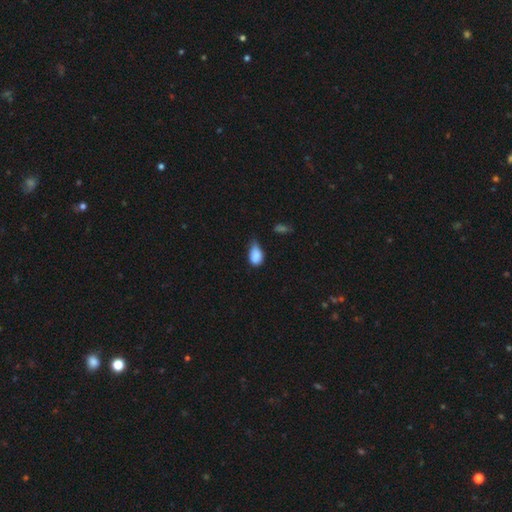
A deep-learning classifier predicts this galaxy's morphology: smooth-or-featured: smooth: 85% | star or artifact: 9% | featured or disk: 7%
  how-rounded: in between: 85% | round: 12% | cigar-shaped: 2%
  merging: minor disturbance: 54% | none: 28% | major disturbance: 14% | merger: 4%